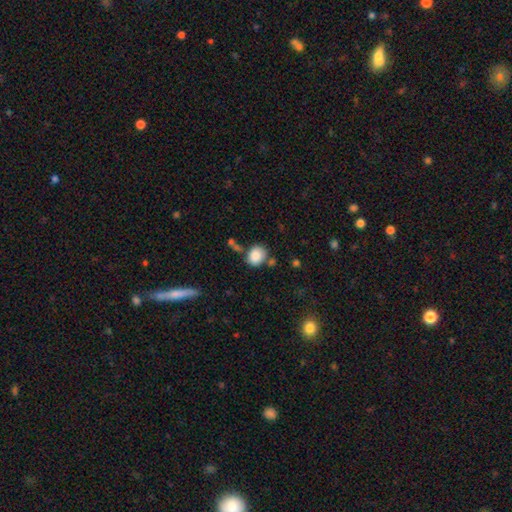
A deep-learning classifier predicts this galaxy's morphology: Smooth or featured?
  - smooth: 86% *
  - star or artifact: 8%
  - featured or disk: 6%
How rounded?
  - round: 63% *
  - in between: 36%
  - cigar-shaped: 1%
Merging?
  - none: 66% *
  - minor disturbance: 16%
  - merger: 13%
  - major disturbance: 5%